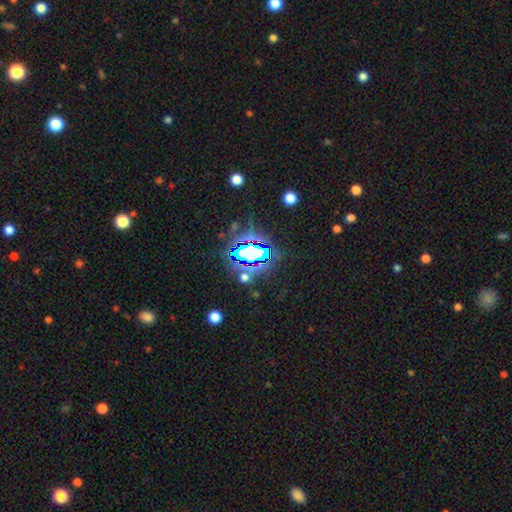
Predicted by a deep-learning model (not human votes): Smooth or featured? Predicted: star or artifact (p=0.69).